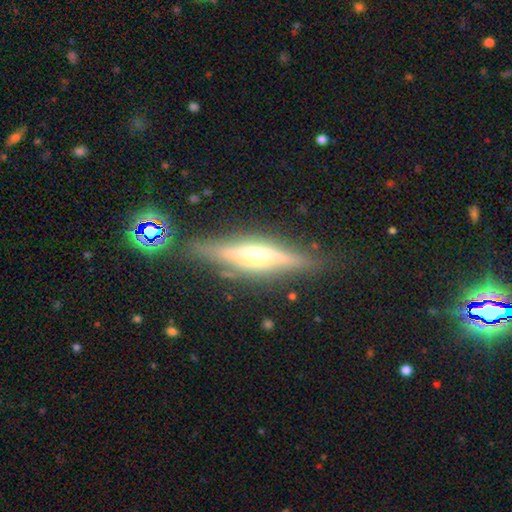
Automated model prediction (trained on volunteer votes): smooth-or-featured: featured or disk: 75% | smooth: 18% | star or artifact: 8%
  disk-edge-on: yes: 94% | no: 6%
    edge-on-bulge: rounded: 84% | boxy: 10% | none: 6%
  merging: none: 79% | minor disturbance: 14% | major disturbance: 4% | merger: 3%